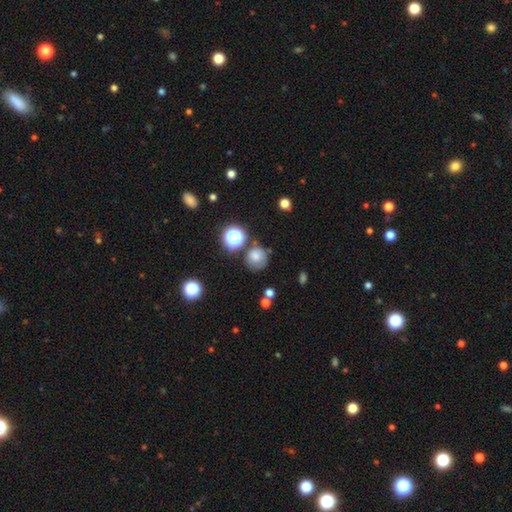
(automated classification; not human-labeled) Morphology: type=smooth (71%); roundness=round (88%); merging=none (65%).